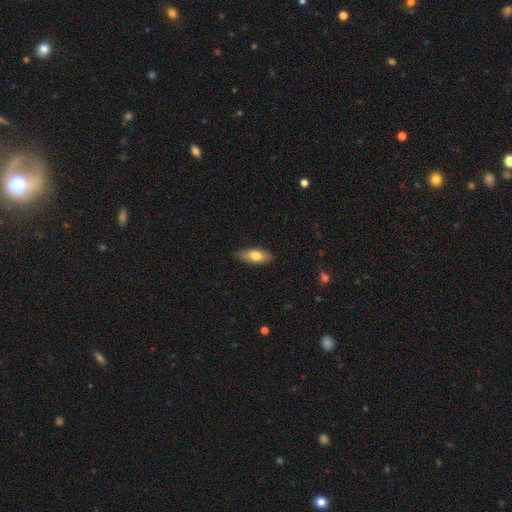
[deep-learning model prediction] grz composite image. It shows a smooth galaxy with no disk features (76%) that is in between round and cigar-shaped (80%). Merging: none (82%).